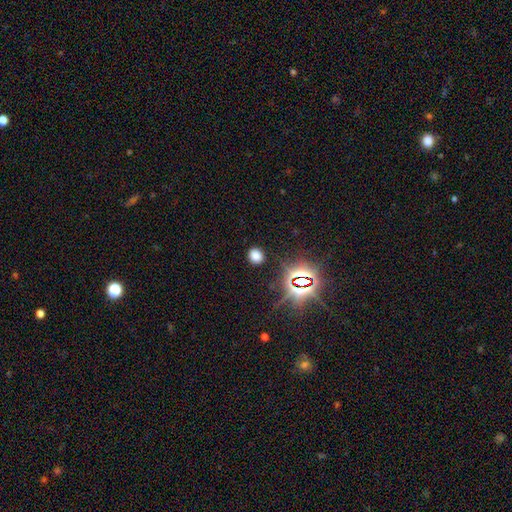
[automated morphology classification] A smooth galaxy with no disk features (68%) that is round (69%).

Vote fractions:
- Smooth or featured? smooth: 68% / star or artifact: 26% / featured or disk: 6%
- How rounded? round: 69% / in between: 29% / cigar-shaped: 1%
- Merging? none: 87% / minor disturbance: 8% / major disturbance: 3% / merger: 2%